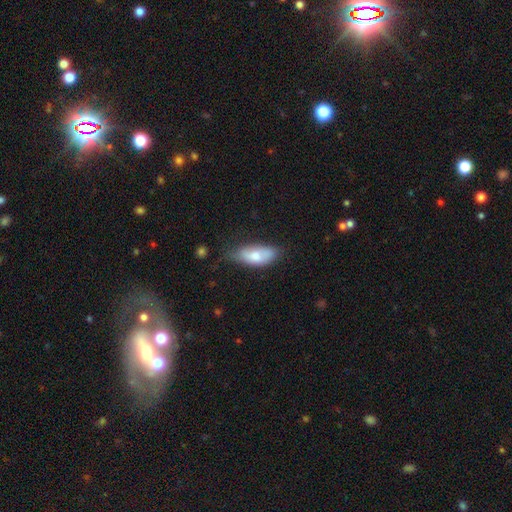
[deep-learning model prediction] Morphology: type=smooth (73%); roundness=in between (84%); merging=none (56%).